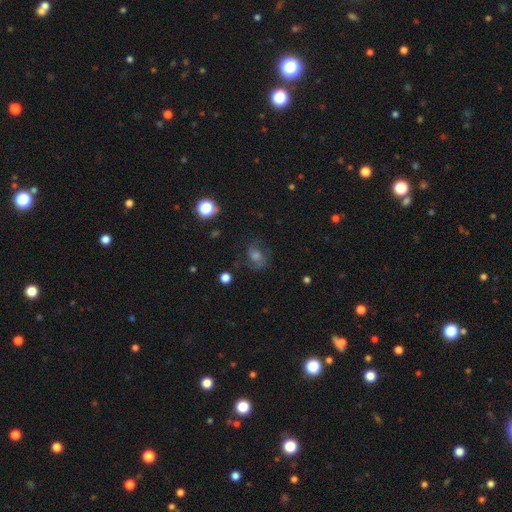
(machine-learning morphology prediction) The model was most divided on "smooth or featured": featured or disk: 47%, smooth: 30%, star or artifact: 23%. More confident: merging — none (70%).